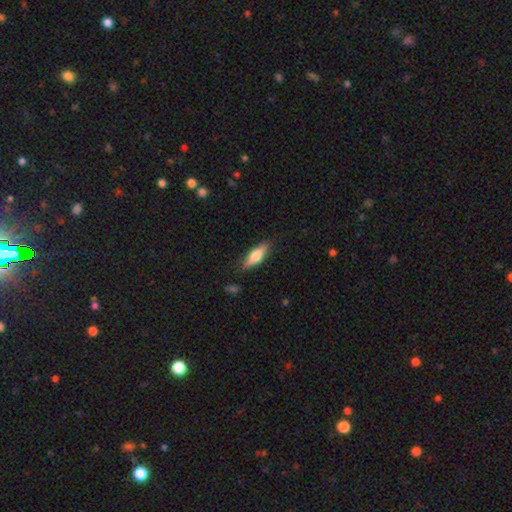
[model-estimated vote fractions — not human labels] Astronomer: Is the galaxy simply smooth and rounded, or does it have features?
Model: smooth — 57% (runner-up: featured or disk, 37%).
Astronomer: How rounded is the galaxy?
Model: cigar-shaped — 51% (runner-up: in between, 46%).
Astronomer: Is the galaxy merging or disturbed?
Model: none — 85%.